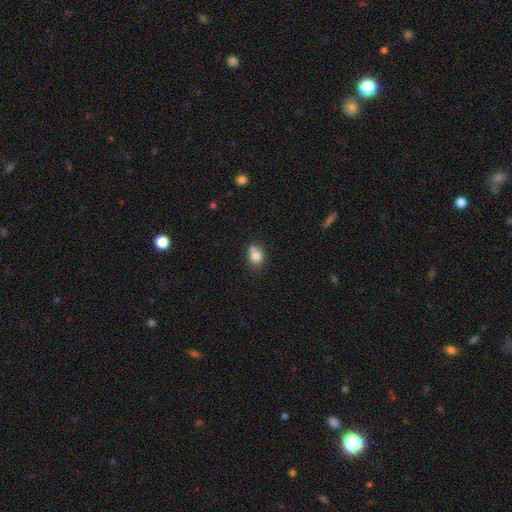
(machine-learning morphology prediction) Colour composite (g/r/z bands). It shows a smooth galaxy with no disk features (79%) that is round (62%). Merging: none (50%).